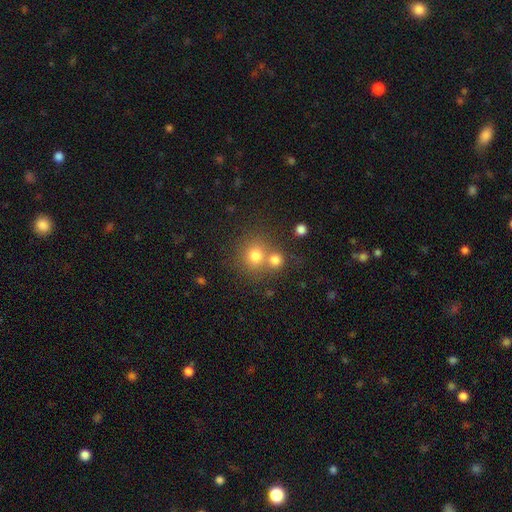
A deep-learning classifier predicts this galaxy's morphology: Smooth or featured?
  - smooth: 76% *
  - star or artifact: 14%
  - featured or disk: 10%
How rounded?
  - round: 87% *
  - in between: 12%
  - cigar-shaped: 1%
Merging?
  - none: 55% *
  - merger: 34%
  - minor disturbance: 8%
  - major disturbance: 4%